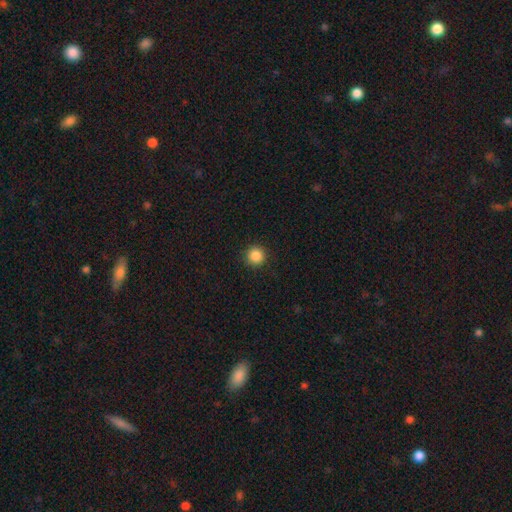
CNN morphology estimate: Smooth or featured? smooth (86%)
How rounded? round (95%)
Merging? none (92%)